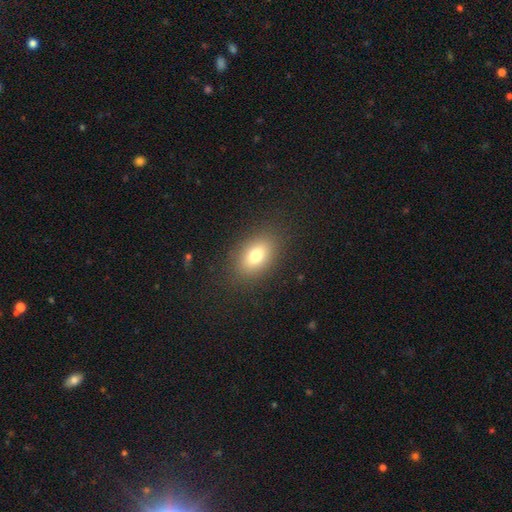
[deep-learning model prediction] Smooth or featured? Predicted: smooth (p=0.77). How rounded? Predicted: in between (p=0.84). Merging? Predicted: none (p=0.86).